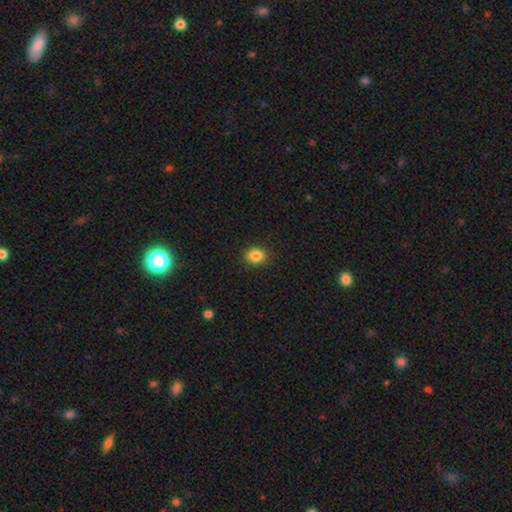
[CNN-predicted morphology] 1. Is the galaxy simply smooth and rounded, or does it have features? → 86% smooth, 9% star or artifact, 4% featured or disk.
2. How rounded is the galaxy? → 61% in between, 38% round, 1% cigar-shaped.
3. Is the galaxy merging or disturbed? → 89% none, 7% minor disturbance, 2% major disturbance, 1% merger.